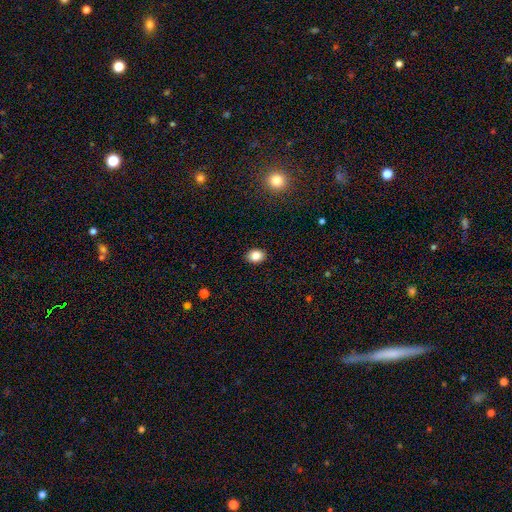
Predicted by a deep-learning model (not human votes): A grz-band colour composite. It shows a smooth galaxy with no disk features (85%) that is in between round and cigar-shaped (66%). Merging: none (89%).